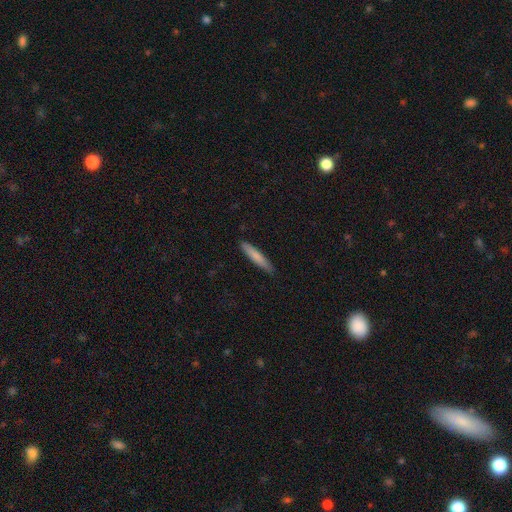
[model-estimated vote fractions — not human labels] Smooth or featured? Predicted: smooth (p=0.77). How rounded? Predicted: cigar-shaped (p=0.92). Merging? Predicted: none (p=0.88).